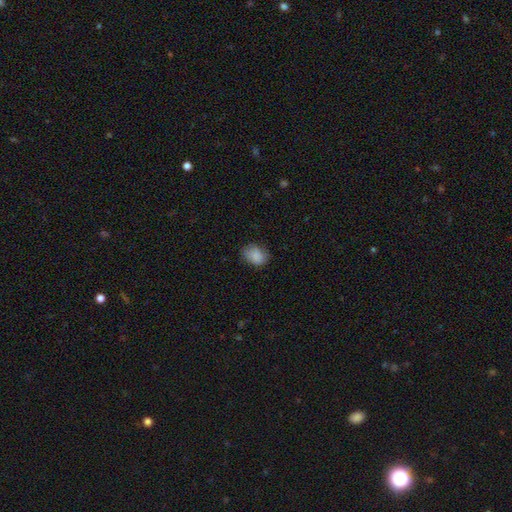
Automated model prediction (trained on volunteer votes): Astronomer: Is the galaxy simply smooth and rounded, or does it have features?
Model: smooth — 85%.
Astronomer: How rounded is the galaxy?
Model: in between — 63%.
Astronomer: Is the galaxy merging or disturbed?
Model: none — 70%.